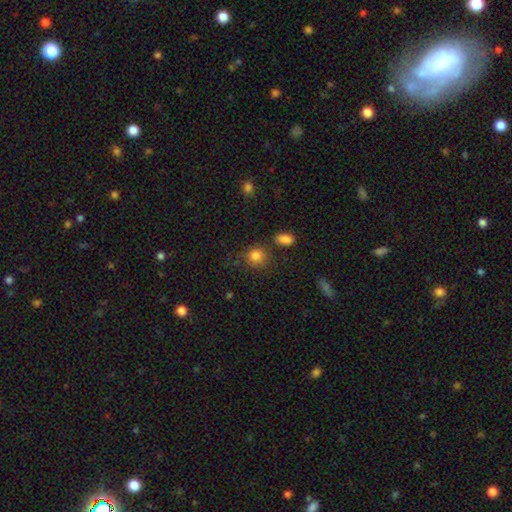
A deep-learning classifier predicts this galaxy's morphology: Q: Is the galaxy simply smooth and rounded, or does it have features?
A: smooth — 84%.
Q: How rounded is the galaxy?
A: round — 83%.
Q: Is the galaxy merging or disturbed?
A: none — 73%.